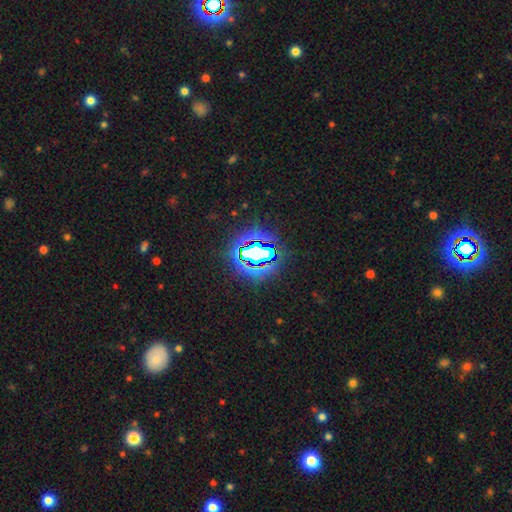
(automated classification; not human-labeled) Smooth or featured?
  - star or artifact: 71% *
  - smooth: 17%
  - featured or disk: 12%